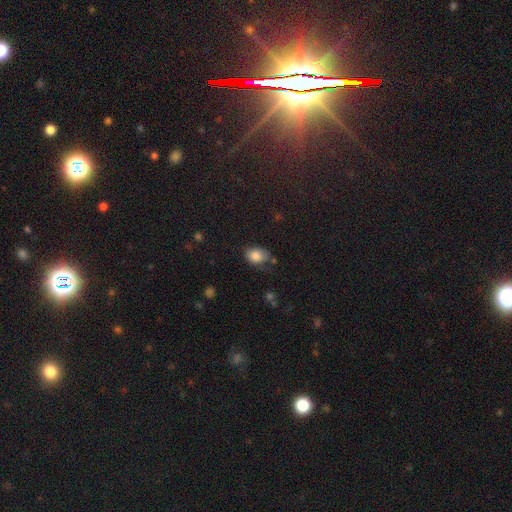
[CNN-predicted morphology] Smooth or featured? Predicted: smooth (p=0.83). How rounded? Predicted: in between (p=0.69). Merging? Predicted: none (p=0.54).